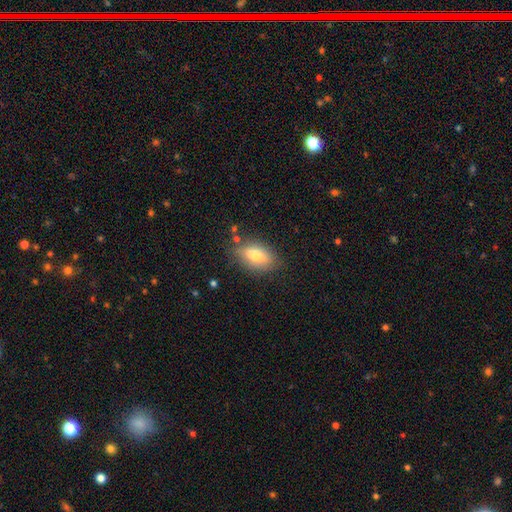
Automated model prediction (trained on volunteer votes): smooth 71%, featured or disk 21%, star or artifact 8%. Down the decision tree: how rounded — in between (84%); merging — none (78%).